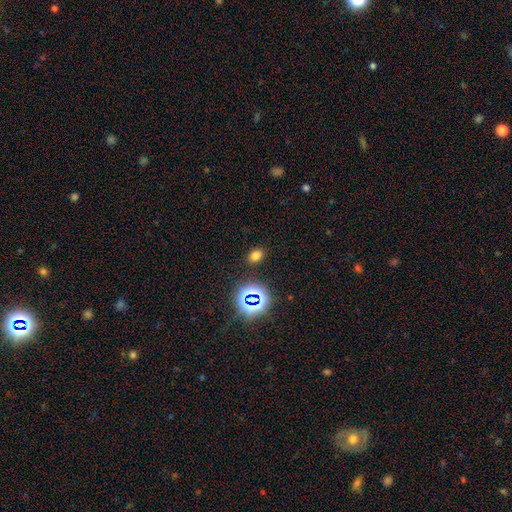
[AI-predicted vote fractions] This appears to be a smooth galaxy with no disk features (70%) that is in between round and cigar-shaped (68%). Merging: none (86%).